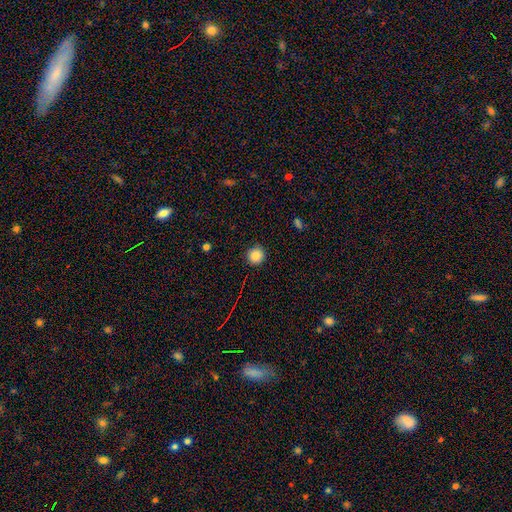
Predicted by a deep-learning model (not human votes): Smooth or featured? Predicted: smooth (p=0.85). How rounded? Predicted: round (p=0.94). Merging? Predicted: none (p=0.90).